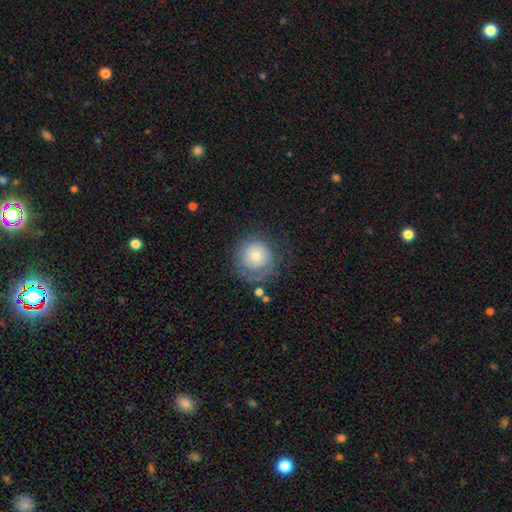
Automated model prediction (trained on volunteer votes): The model was most divided on "smooth or featured": smooth: 64%, featured or disk: 26%, star or artifact: 9%. More confident: how rounded — round (92%); merging — none (61%).